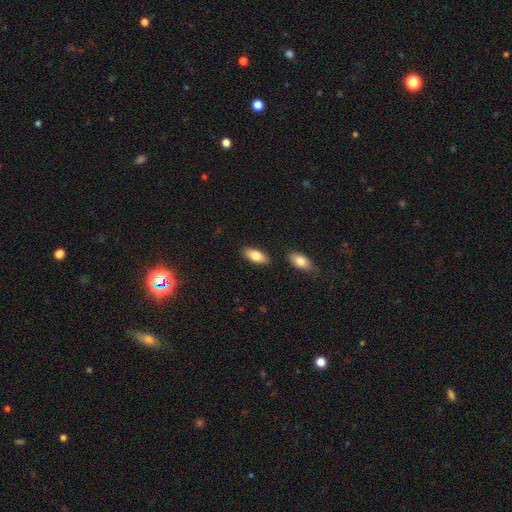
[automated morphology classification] Smooth or featured? Predicted: smooth (p=0.78). How rounded? Predicted: in between (p=0.86). Merging? Predicted: none (p=0.85).